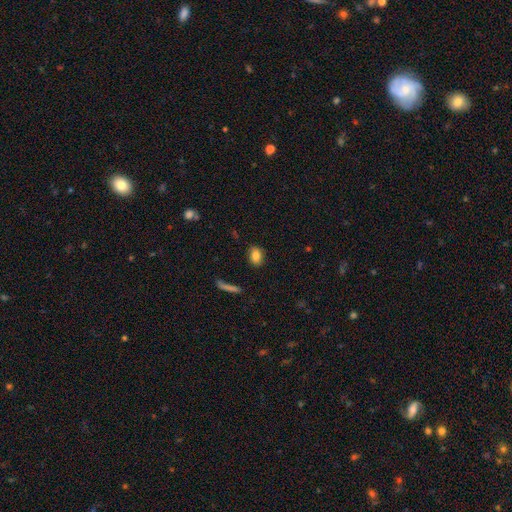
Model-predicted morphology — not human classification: This appears to be a smooth galaxy with no disk features (83%) that is in between round and cigar-shaped (75%). Merging: none (86%).